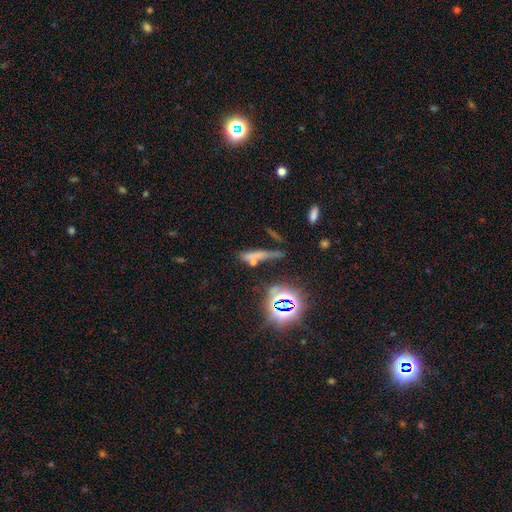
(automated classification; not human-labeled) Q: Smooth or featured?
A: smooth (52%); runner-up: star or artifact (28%)
Q: How rounded?
A: cigar-shaped (80%); runner-up: in between (14%)
Q: Merging?
A: none (59%); runner-up: minor disturbance (17%)